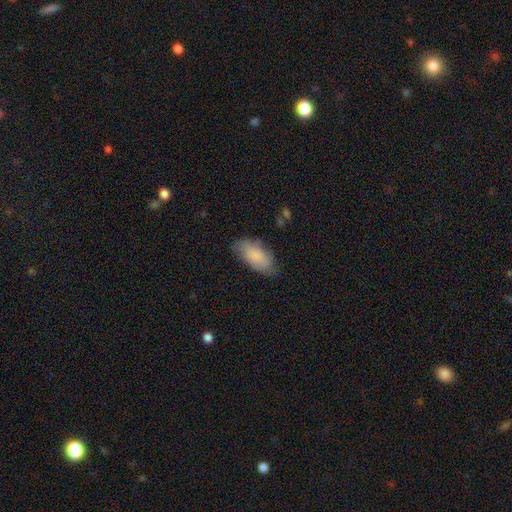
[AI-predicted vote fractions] Smooth or featured? smooth (82%)
How rounded? in between (91%)
Merging? none (73%)